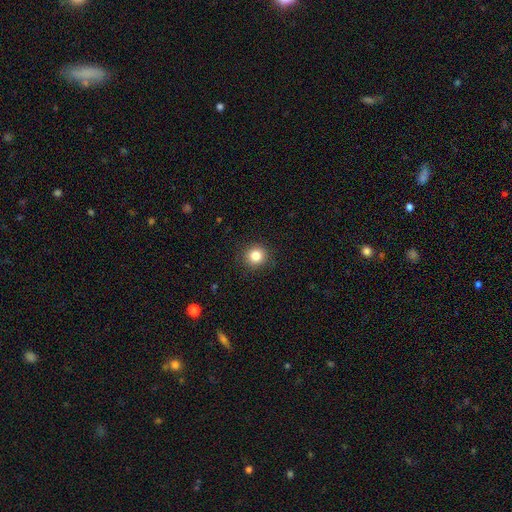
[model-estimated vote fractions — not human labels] Q: Smooth or featured?
A: smooth (84%); runner-up: star or artifact (11%)
Q: How rounded?
A: round (93%); runner-up: in between (6%)
Q: Merging?
A: none (91%); runner-up: minor disturbance (6%)